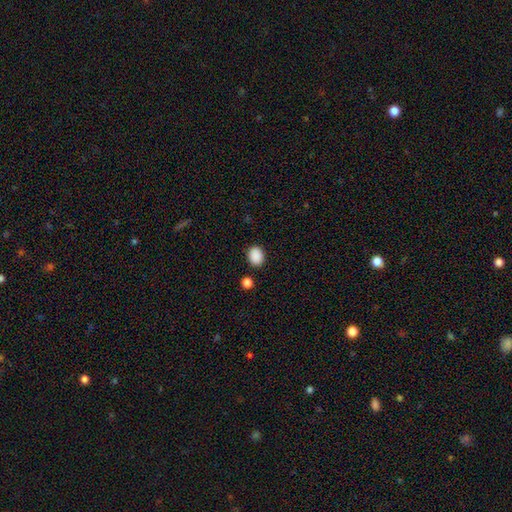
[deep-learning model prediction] Overall: smooth (89%). How rounded: in between (57%; round 42%). Merging: none (86%).